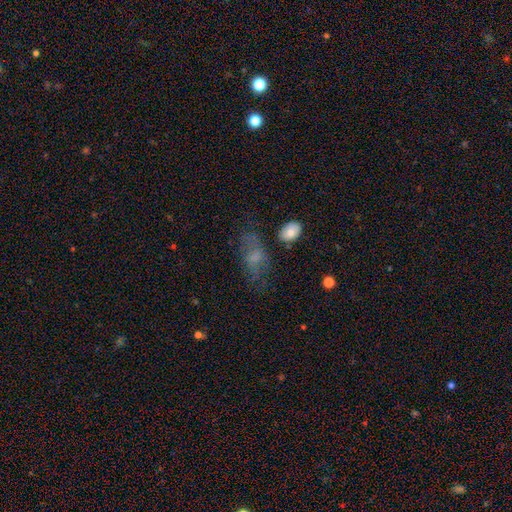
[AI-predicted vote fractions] smooth 48%, featured or disk 35%, star or artifact 17%. Down the decision tree: merging — none (55%).